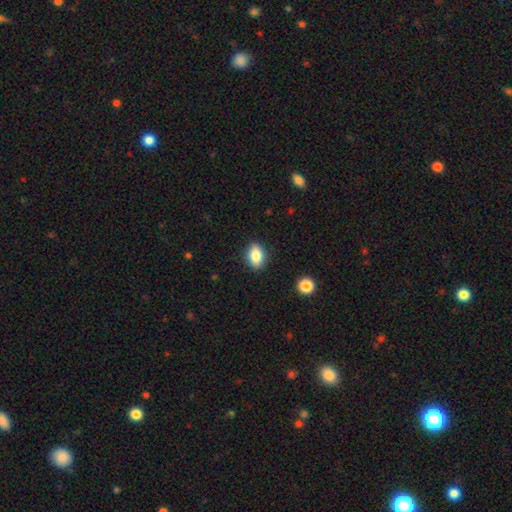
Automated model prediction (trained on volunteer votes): This is clearly a smooth galaxy (82%). How rounded: clearly in between (81%). Merging: clearly none (87%).